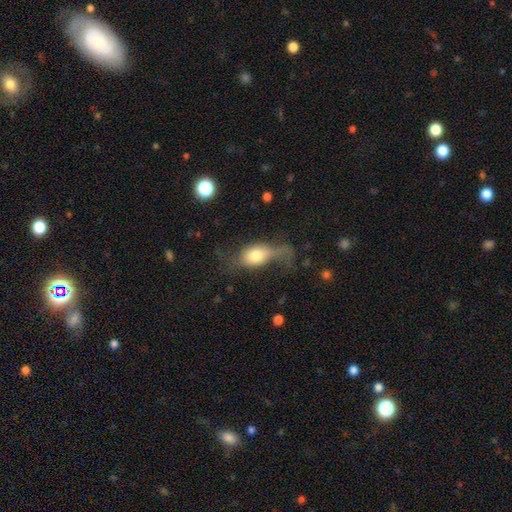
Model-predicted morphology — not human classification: Smooth or featured? Predicted: smooth (p=0.63). How rounded? Predicted: in between (p=0.76). Merging? Predicted: major disturbance (p=0.46).